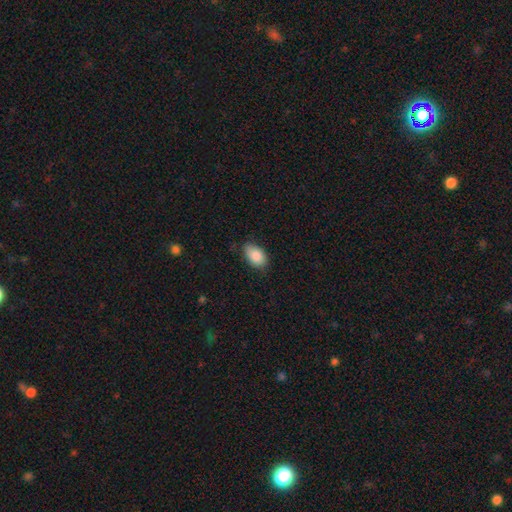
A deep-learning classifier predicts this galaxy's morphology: Smooth or featured: smooth — 87% (star or artifact — 7%)
How rounded: in between — 91% (round — 7%)
Merging: none — 74% (minor disturbance — 21%)